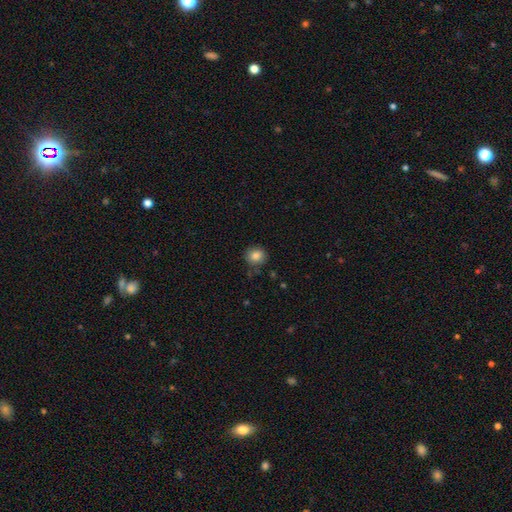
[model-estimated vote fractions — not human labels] This appears to be a smooth galaxy with no disk features (84%) that is round (83%). Merging: none (84%).